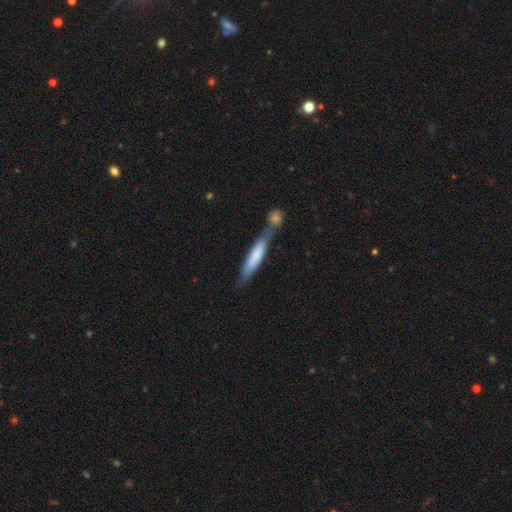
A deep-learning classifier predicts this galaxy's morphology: smooth-or-featured: smooth: 69% | featured or disk: 25% | star or artifact: 5%
  how-rounded: cigar-shaped: 83% | in between: 15% | round: 2%
  merging: merger: 41% | none: 37% | minor disturbance: 15% | major disturbance: 6%